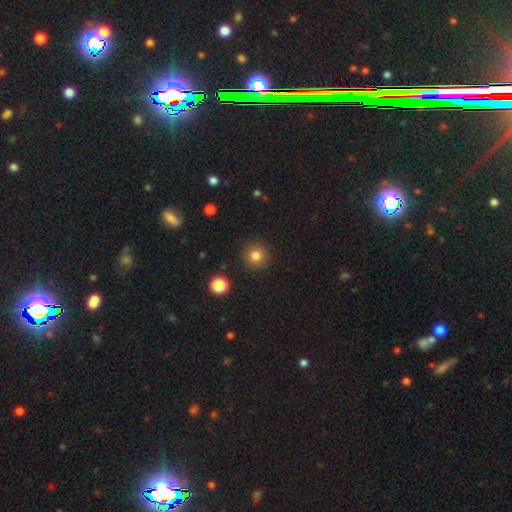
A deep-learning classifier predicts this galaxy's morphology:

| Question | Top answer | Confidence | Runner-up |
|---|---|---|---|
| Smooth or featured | smooth | 82% | star or artifact (13%) |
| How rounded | round | 94% | in between (5%) |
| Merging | none | 91% | minor disturbance (6%) |